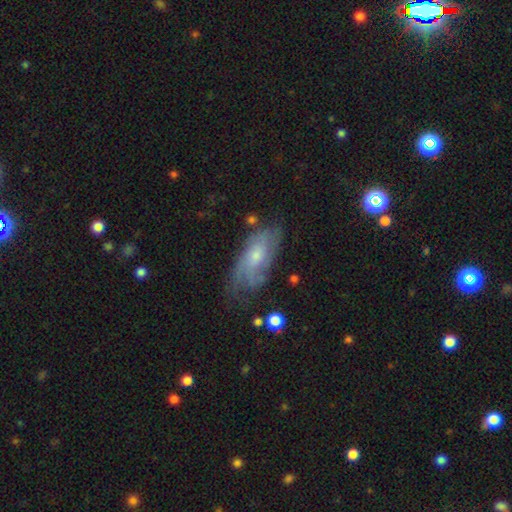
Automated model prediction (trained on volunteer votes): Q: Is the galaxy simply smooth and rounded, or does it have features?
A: featured or disk — 59%.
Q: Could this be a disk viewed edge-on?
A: no — 88%.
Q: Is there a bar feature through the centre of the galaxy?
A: no — 74%.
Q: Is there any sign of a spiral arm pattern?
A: yes — 79%.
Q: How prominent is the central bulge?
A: small — 55%.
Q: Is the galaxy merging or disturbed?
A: none — 58%.